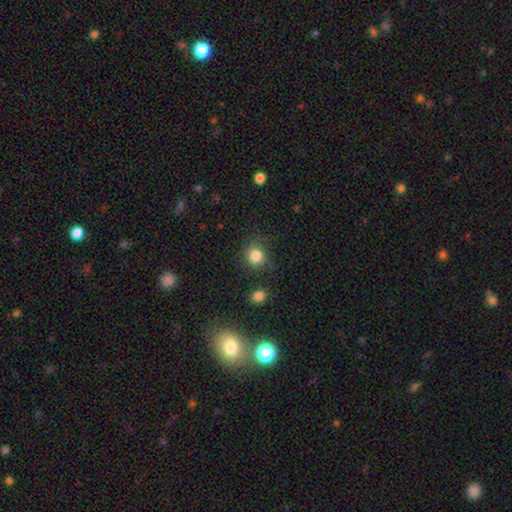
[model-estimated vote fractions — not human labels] A smooth galaxy with no disk features (83%) that is round (88%).

Vote fractions:
- Smooth or featured? smooth: 83% / star or artifact: 12% / featured or disk: 5%
- How rounded? round: 88% / in between: 11% / cigar-shaped: 1%
- Merging? none: 79% / minor disturbance: 12% / major disturbance: 5% / merger: 4%